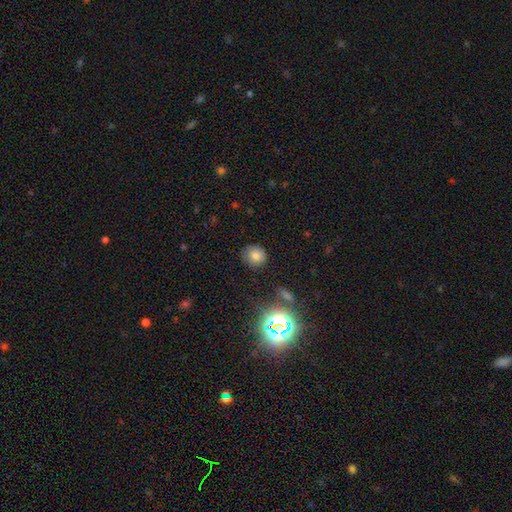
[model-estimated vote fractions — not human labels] This appears to be a smooth galaxy with no disk features (76%) that is round (84%). Merging: none (84%).